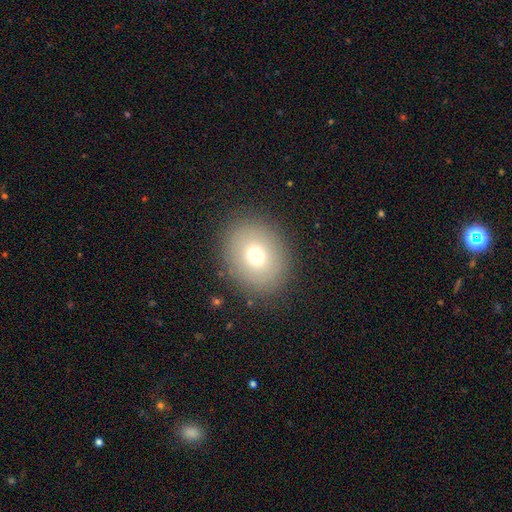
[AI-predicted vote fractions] Smooth or featured? smooth (72%)
How rounded? round (58%)
Merging? none (88%)